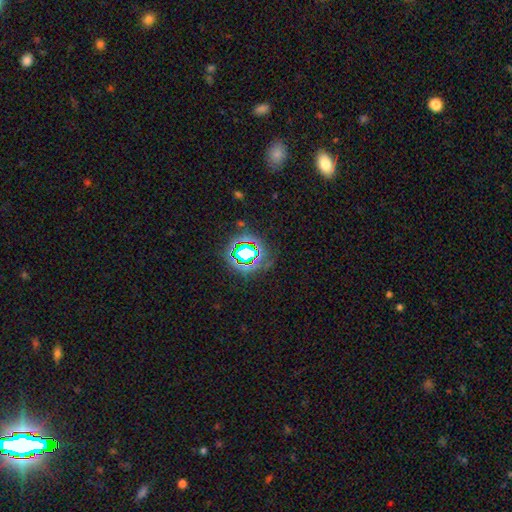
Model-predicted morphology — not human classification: The model was most divided on "smooth or featured": star or artifact: 72%, smooth: 19%, featured or disk: 9%.